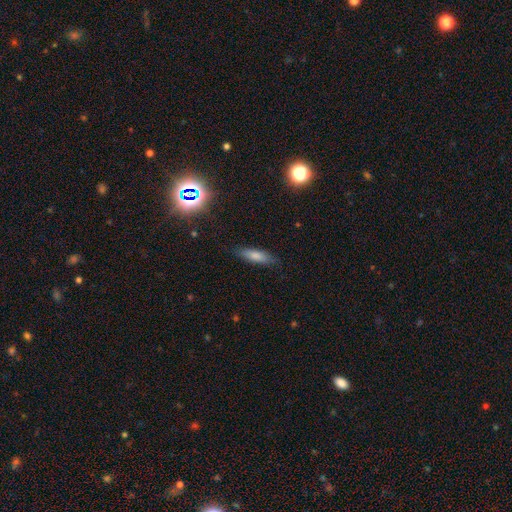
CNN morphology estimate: Smooth or featured? Predicted: smooth (p=0.74). How rounded? Predicted: cigar-shaped (p=0.55). Merging? Predicted: none (p=0.81).